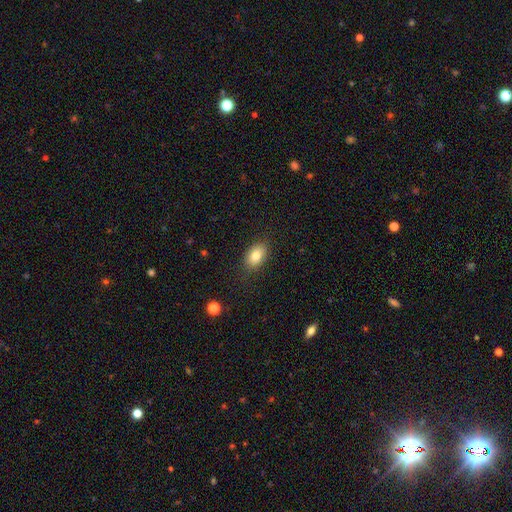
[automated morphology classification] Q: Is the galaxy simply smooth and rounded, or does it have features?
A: smooth — 81%.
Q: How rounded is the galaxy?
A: in between — 85%.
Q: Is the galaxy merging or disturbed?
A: none — 84%.